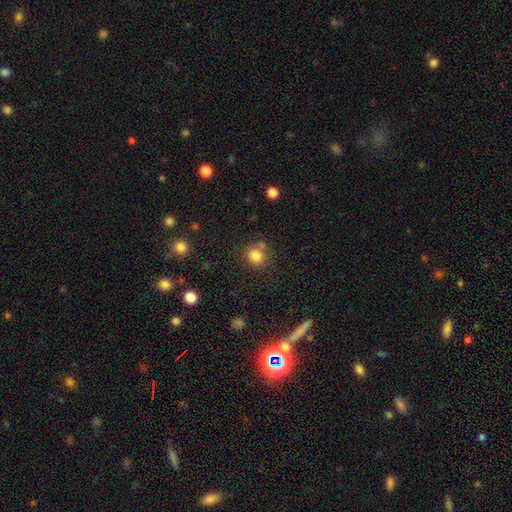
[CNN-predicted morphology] smooth 82%, star or artifact 12%, featured or disk 6%. Down the decision tree: how rounded — round (79%); merging — none (66%).